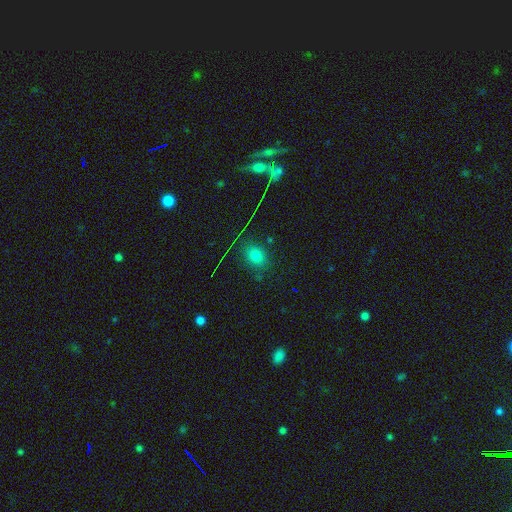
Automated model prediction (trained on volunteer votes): smooth 69%, star or artifact 23%, featured or disk 9%. Down the decision tree: how rounded — in between (58%); merging — none (79%).